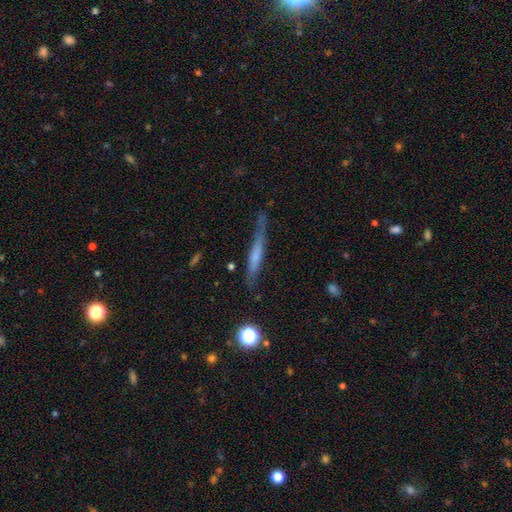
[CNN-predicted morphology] A smooth galaxy with no disk features (47%).

Vote fractions:
- Smooth or featured? smooth: 47% / featured or disk: 44% / star or artifact: 9%
- Merging? none: 62% / minor disturbance: 25% / major disturbance: 10% / merger: 4%